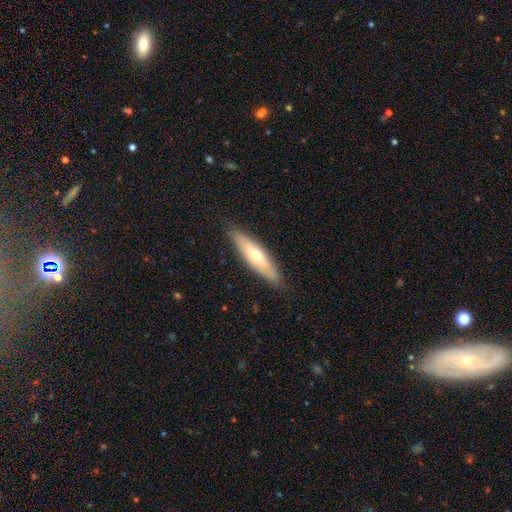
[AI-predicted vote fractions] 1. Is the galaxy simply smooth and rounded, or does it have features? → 57% smooth, 37% featured or disk, 6% star or artifact.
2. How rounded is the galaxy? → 69% cigar-shaped, 29% in between, 2% round.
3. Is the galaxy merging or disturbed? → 86% none, 11% minor disturbance, 2% major disturbance, 1% merger.